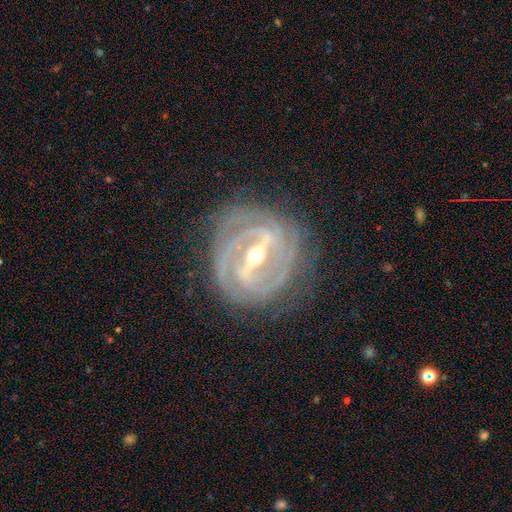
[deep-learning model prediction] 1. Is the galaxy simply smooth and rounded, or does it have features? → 91% featured or disk, 5% star or artifact, 4% smooth.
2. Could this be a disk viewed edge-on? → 93% no, 7% yes.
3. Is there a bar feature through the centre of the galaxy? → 75% strong, 19% weak, 5% no.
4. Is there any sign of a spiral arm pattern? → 96% yes, 4% no.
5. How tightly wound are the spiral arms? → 80% tight, 17% medium, 3% loose.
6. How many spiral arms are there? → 27% 3, 25% 2, 22% can't tell, 15% 4, 6% more than 4, 5% 1.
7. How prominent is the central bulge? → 53% moderate, 44% small, 2% large, 1% none, 1% dominant.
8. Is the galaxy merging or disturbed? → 80% none, 14% minor disturbance, 5% major disturbance, 1% merger.